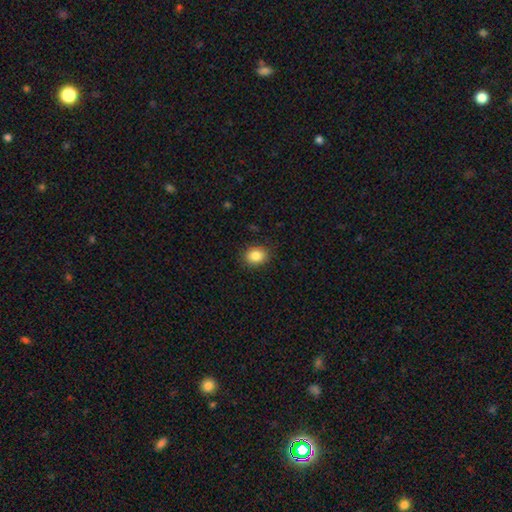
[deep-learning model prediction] A smooth galaxy with no disk features (86%) that is in between round and cigar-shaped (52%).

Vote fractions:
- Smooth or featured? smooth: 86% / star or artifact: 9% / featured or disk: 5%
- How rounded? in between: 52% / round: 47% / cigar-shaped: 1%
- Merging? none: 88% / minor disturbance: 9% / major disturbance: 2% / merger: 1%